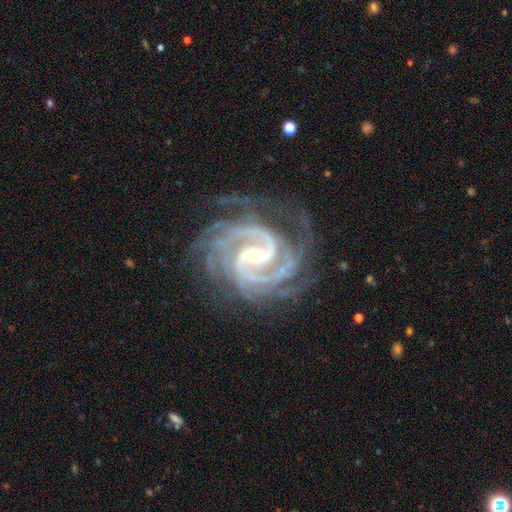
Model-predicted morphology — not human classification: Smooth or featured? featured or disk (94%)
Edge-on disk? no (98%)
Bar? weak (45%)
Spiral arms? yes (99%)
Spiral winding? tight (54%)
Spiral arm count? 2 (40%)
Bulge size? small (61%)
Merging? none (72%)